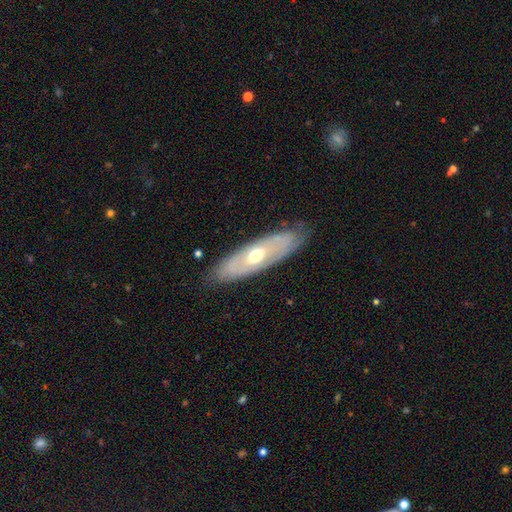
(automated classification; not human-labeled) This is possibly a featured or disk galaxy (57%). It is likely not viewed edge-on (67%). Merging: likely none (79%).